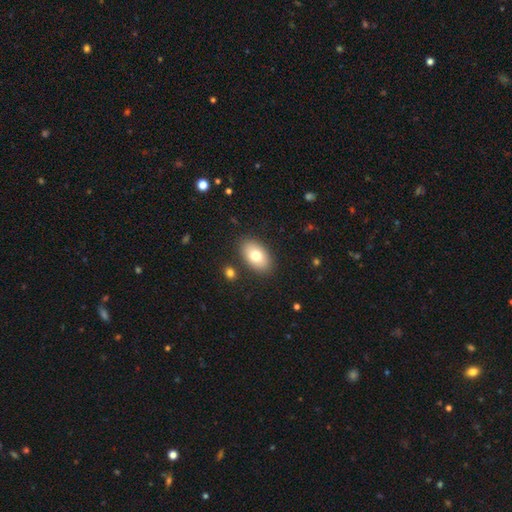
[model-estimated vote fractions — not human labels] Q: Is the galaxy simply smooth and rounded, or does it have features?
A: smooth — 76%.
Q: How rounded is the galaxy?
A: in between — 92%.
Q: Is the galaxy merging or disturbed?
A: none — 87%.